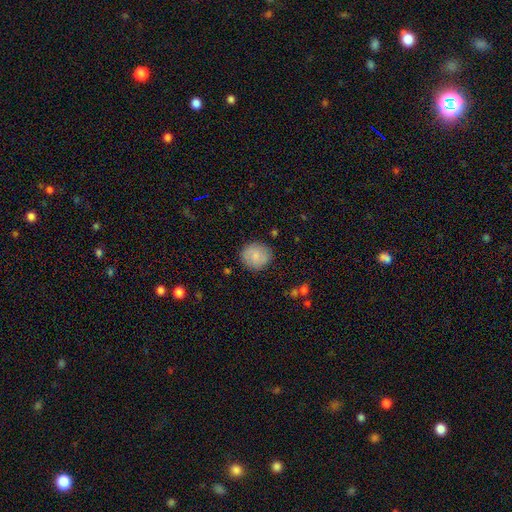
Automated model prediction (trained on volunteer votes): smooth 72%, featured or disk 20%, star or artifact 7%. Down the decision tree: how rounded — round (85%); merging — none (84%).